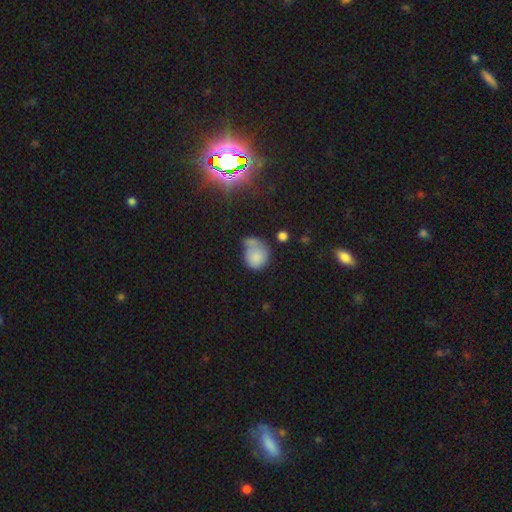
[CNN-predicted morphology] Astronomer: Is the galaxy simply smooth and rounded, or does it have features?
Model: smooth — 77%.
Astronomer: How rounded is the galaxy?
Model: round — 67%.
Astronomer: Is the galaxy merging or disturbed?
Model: none — 31% (runner-up: minor disturbance, 27%).